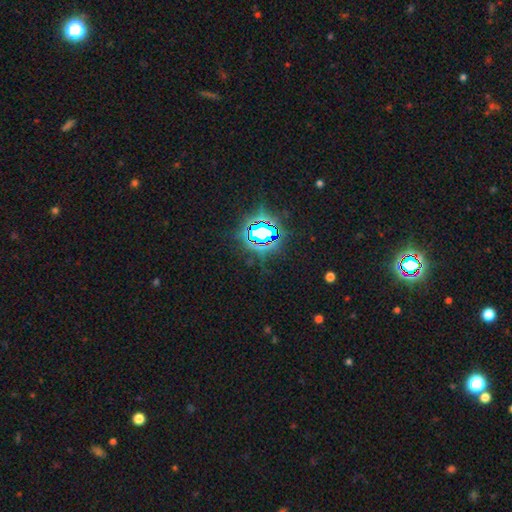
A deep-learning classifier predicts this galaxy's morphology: Q: Smooth or featured?
A: star or artifact (82%); runner-up: smooth (12%)